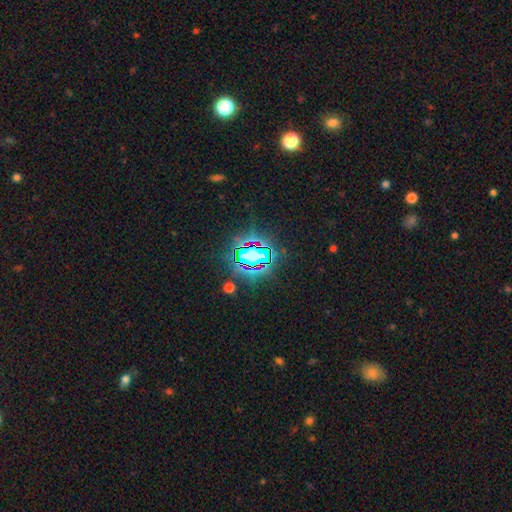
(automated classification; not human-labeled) smooth-or-featured: star or artifact: 70% | smooth: 17% | featured or disk: 12%